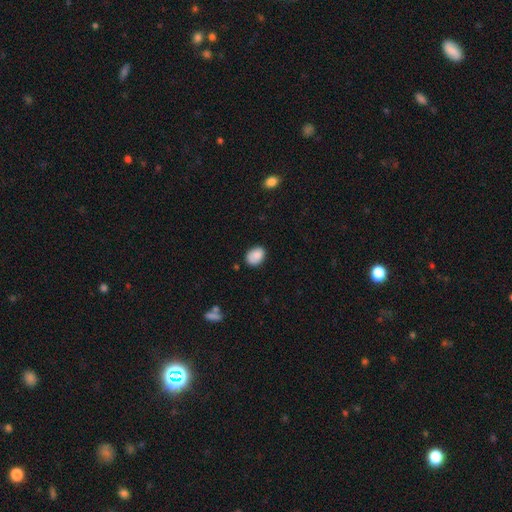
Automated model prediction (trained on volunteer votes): Morphology: type=smooth (86%); roundness=in between (75%); merging=none (76%).